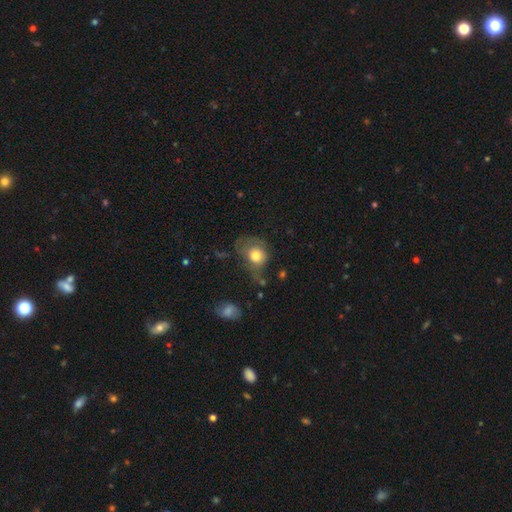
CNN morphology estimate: The model was most divided on "merging": none: 37%, minor disturbance: 30%, major disturbance: 28%, merger: 5%. More confident: smooth or featured — smooth (73%); how rounded — round (59%).